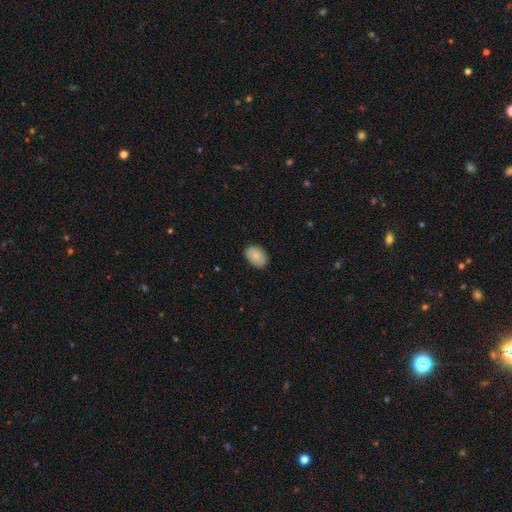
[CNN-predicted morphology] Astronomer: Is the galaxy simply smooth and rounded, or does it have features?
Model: smooth — 85%.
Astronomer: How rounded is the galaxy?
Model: in between — 85%.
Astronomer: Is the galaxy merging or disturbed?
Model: none — 82%.